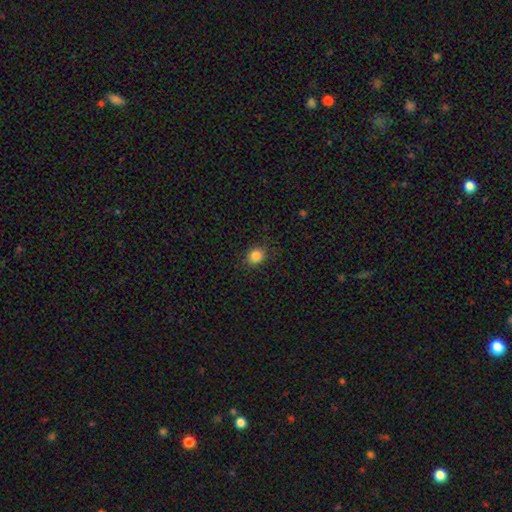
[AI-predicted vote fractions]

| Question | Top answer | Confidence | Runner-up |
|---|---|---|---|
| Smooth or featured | smooth | 85% | star or artifact (11%) |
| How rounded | round | 64% | in between (35%) |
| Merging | none | 87% | minor disturbance (9%) |